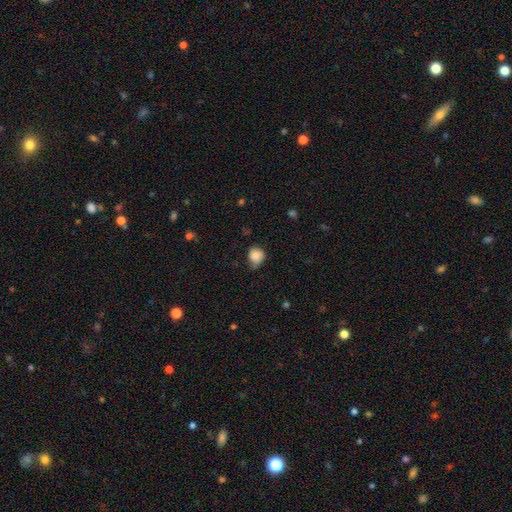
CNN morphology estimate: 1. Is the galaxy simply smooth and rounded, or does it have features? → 81% smooth, 10% featured or disk, 9% star or artifact.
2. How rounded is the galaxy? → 67% round, 32% in between, 1% cigar-shaped.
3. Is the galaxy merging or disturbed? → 47% none, 40% minor disturbance, 11% major disturbance, 2% merger.